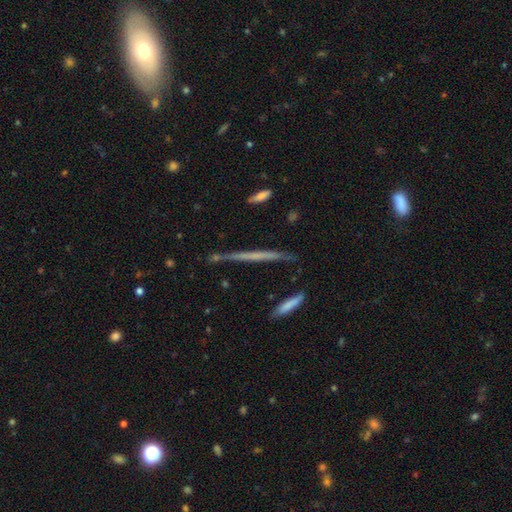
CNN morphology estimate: smooth-or-featured: featured or disk: 58% | smooth: 33% | star or artifact: 9%
  disk-edge-on: yes: 95% | no: 5%
    edge-on-bulge: none: 84% | rounded: 9% | boxy: 6%
  merging: none: 82% | minor disturbance: 12% | major disturbance: 3% | merger: 3%